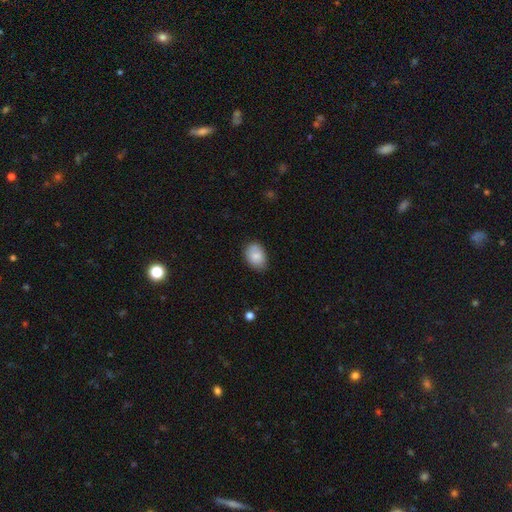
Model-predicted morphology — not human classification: A smooth galaxy with no disk features (82%) that is in between round and cigar-shaped (83%).

Vote fractions:
- Smooth or featured? smooth: 82% / featured or disk: 11% / star or artifact: 7%
- How rounded? in between: 83% / round: 16% / cigar-shaped: 1%
- Merging? none: 75% / minor disturbance: 20% / major disturbance: 3% / merger: 2%